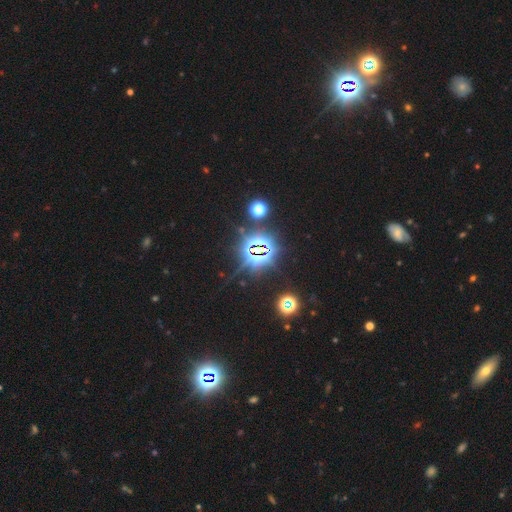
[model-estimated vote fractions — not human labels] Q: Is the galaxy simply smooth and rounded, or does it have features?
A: star or artifact — 83%.